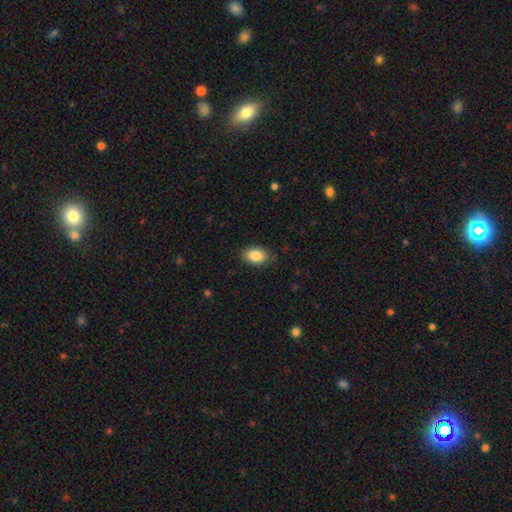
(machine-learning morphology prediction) type=smooth (86%); roundness=in between (90%); merging=none (85%).